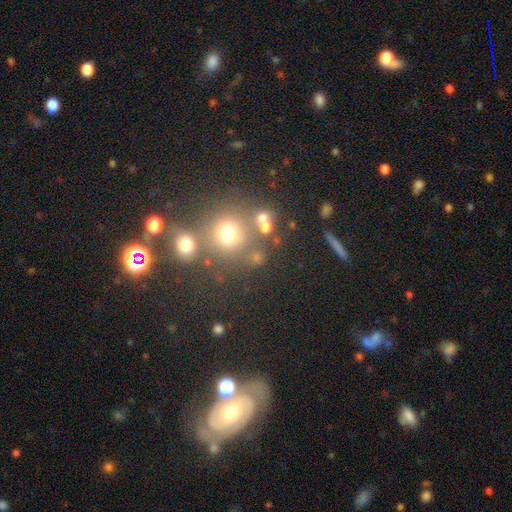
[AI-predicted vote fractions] Q: Smooth or featured?
A: smooth (61%); runner-up: star or artifact (27%)
Q: How rounded?
A: round (86%); runner-up: in between (12%)
Q: Merging?
A: none (67%); runner-up: merger (18%)